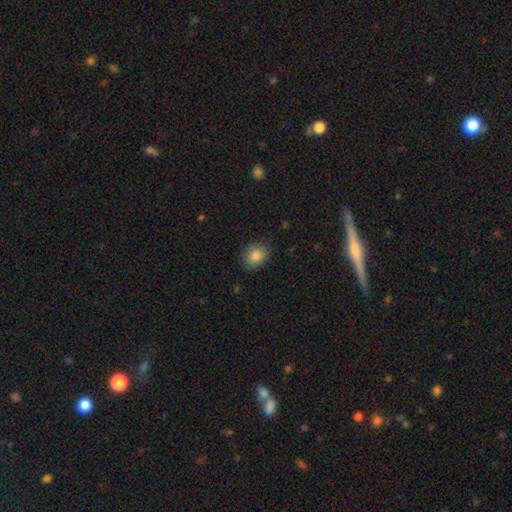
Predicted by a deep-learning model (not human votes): Morphology: type=smooth (87%); roundness=in between (51%); merging=none (83%).